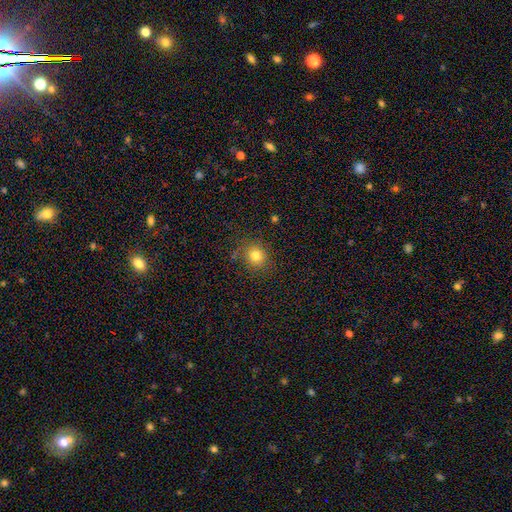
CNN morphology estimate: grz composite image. It shows a smooth galaxy with no disk features (79%) that is round (83%). Merging: none (84%).